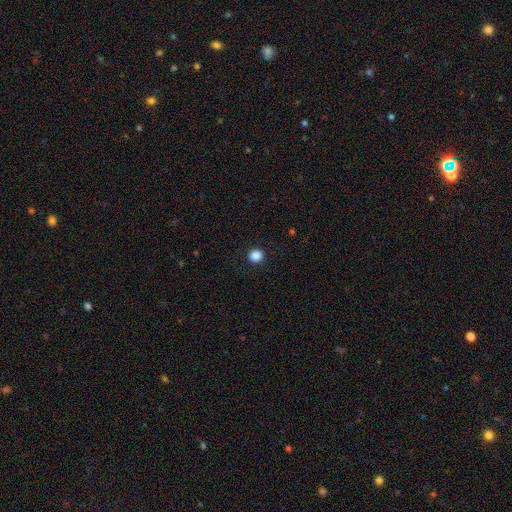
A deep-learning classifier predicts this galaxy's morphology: Smooth or featured? smooth (87%)
How rounded? round (85%)
Merging? none (92%)